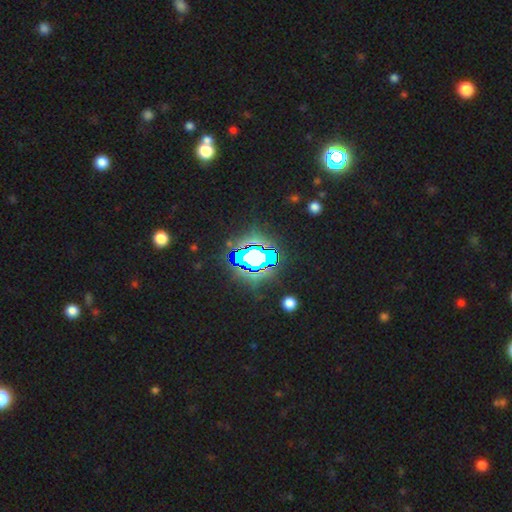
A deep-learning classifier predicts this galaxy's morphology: Smooth or featured? Predicted: star or artifact (p=0.82).